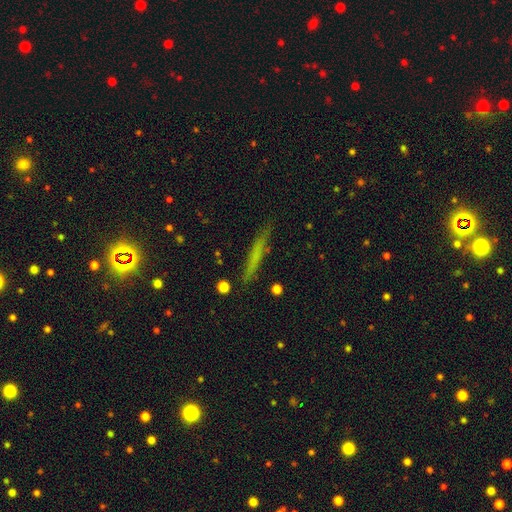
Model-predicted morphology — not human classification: This appears to be a smooth galaxy with no disk features (55%) that is cigar-shaped (93%). Merging: none (80%).